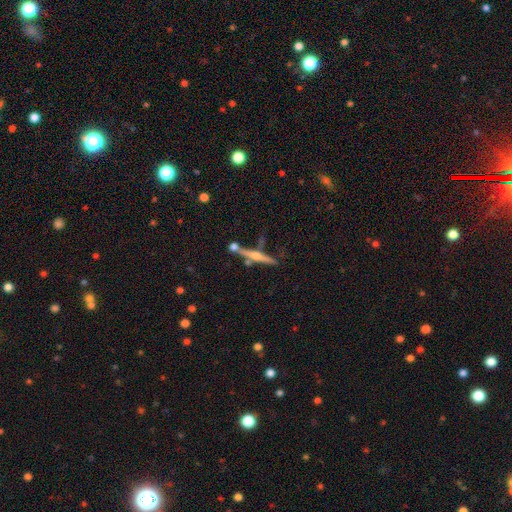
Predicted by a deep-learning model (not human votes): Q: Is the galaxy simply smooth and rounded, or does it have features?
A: featured or disk — 72%.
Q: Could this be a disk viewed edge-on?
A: yes — 97%.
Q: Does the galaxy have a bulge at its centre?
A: rounded — 88%.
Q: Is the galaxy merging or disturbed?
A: none — 66%.